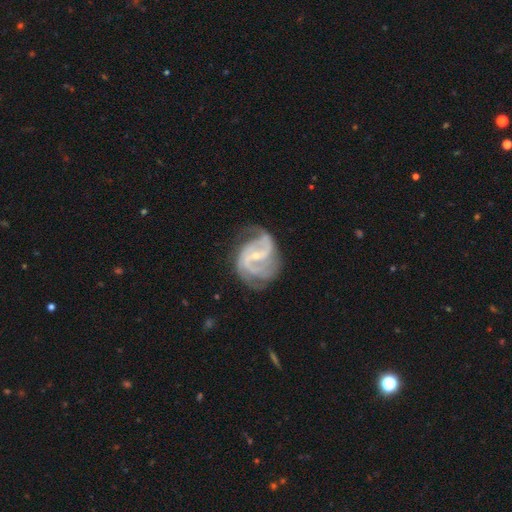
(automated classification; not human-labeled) Morphology: type=featured or disk (90%); edge-on=no (98%); bar=weak (44%); spiral arms=yes (97%); winding=medium (51%); arm count=2 (58%); bulge=small (71%); merging=none (58%).